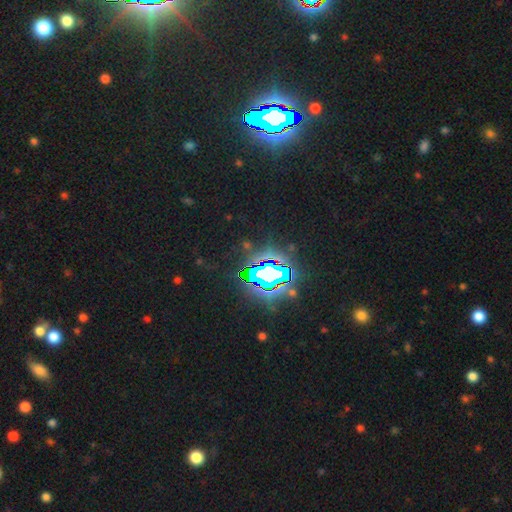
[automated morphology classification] Smooth or featured? star or artifact (84%)